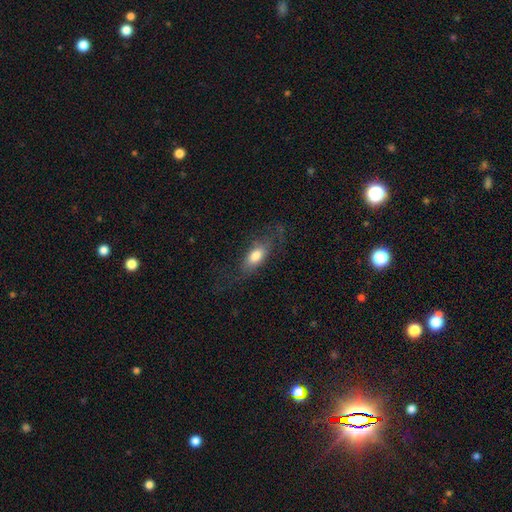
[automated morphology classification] Smooth or featured? Predicted: smooth (p=0.67). How rounded? Predicted: in between (p=0.80). Merging? Predicted: none (p=0.56).